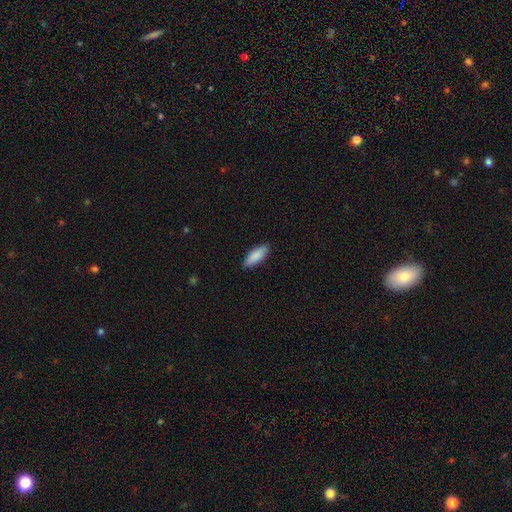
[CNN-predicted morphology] Q: Smooth or featured?
A: smooth (88%); runner-up: featured or disk (6%)
Q: How rounded?
A: in between (69%); runner-up: cigar-shaped (29%)
Q: Merging?
A: none (88%); runner-up: minor disturbance (9%)